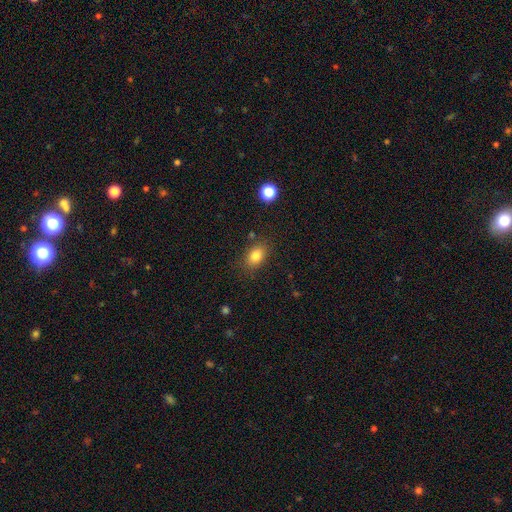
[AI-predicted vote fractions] Morphology: type=smooth (82%); roundness=in between (78%); merging=none (81%).